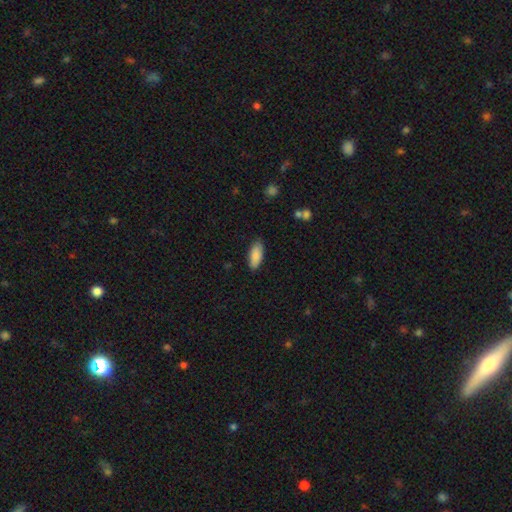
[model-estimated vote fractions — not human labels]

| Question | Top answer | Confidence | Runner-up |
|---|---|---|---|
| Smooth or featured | smooth | 88% | featured or disk (6%) |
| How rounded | in between | 81% | cigar-shaped (17%) |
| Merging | none | 85% | minor disturbance (12%) |